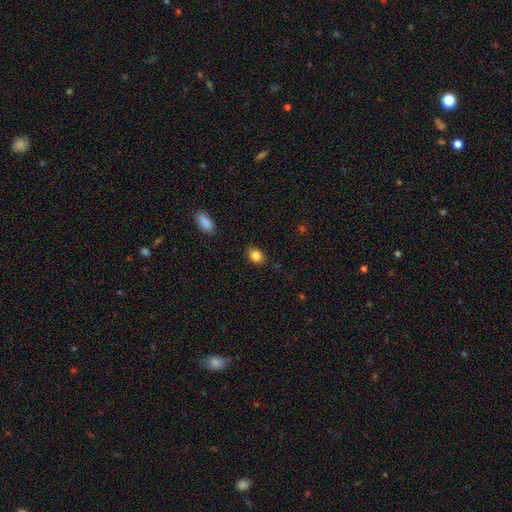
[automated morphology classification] A smooth galaxy with no disk features (85%) that is in between round and cigar-shaped (64%). Merging: none (86%).